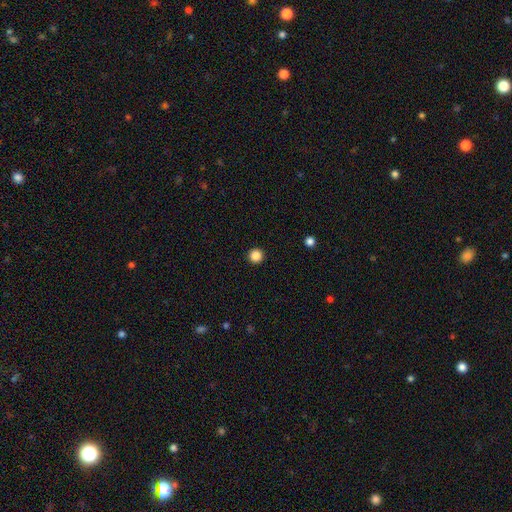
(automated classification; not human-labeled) A smooth galaxy with no disk features (86%) that is round (96%). Merging: none (94%).